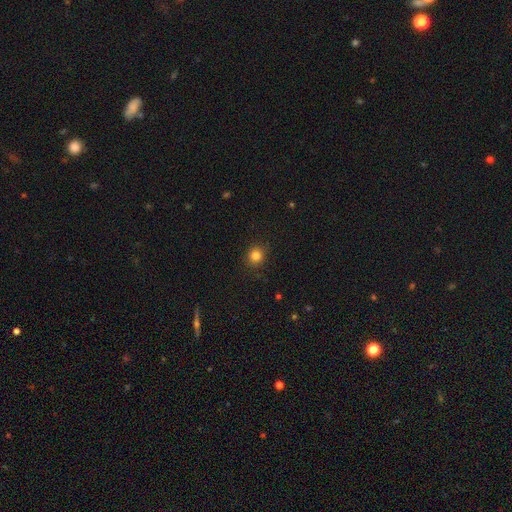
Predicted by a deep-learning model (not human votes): Smooth or featured? Predicted: smooth (p=0.83). How rounded? Predicted: round (p=0.87). Merging? Predicted: none (p=0.90).